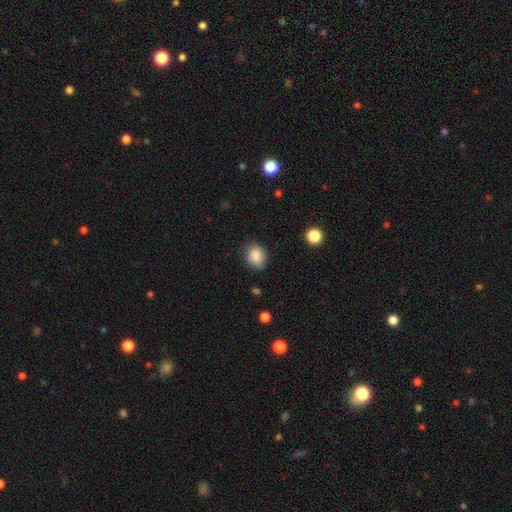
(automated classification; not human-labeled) Morphology: type=smooth (87%); roundness=round (52%); merging=none (72%).